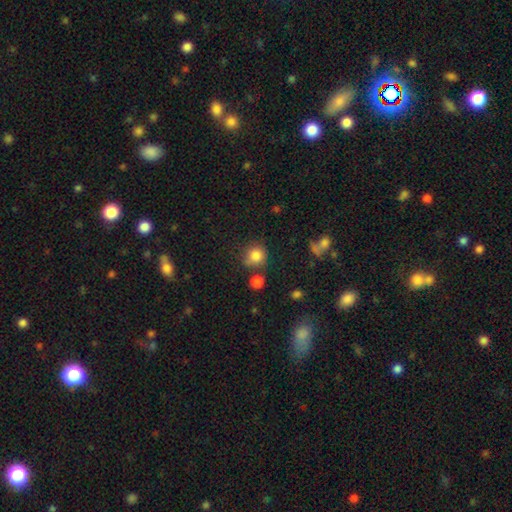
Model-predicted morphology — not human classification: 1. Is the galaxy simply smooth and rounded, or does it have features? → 82% smooth, 11% star or artifact, 7% featured or disk.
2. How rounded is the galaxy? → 86% round, 13% in between, 1% cigar-shaped.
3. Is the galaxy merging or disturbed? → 66% none, 18% minor disturbance, 10% merger, 6% major disturbance.